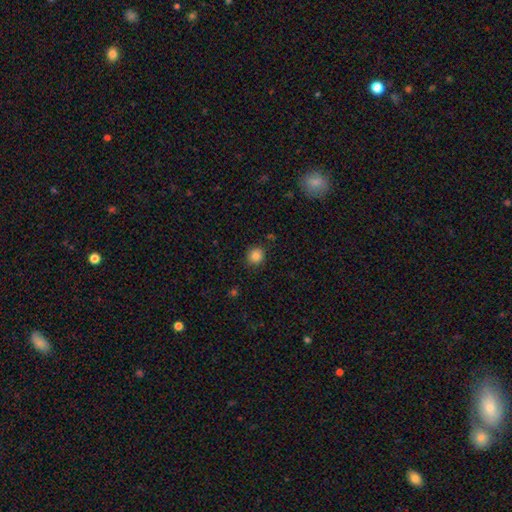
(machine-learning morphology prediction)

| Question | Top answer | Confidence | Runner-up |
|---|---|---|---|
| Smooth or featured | smooth | 85% | star or artifact (11%) |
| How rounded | round | 89% | in between (10%) |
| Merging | none | 87% | minor disturbance (9%) |